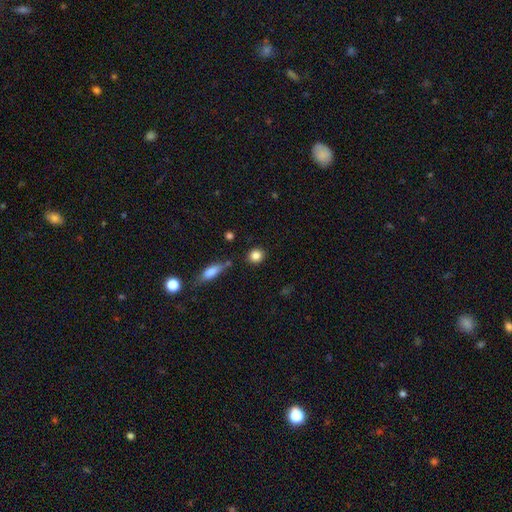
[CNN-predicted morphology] Smooth or featured: smooth — 85% (star or artifact — 9%)
How rounded: round — 78% (in between — 20%)
Merging: none — 83% (minor disturbance — 9%)